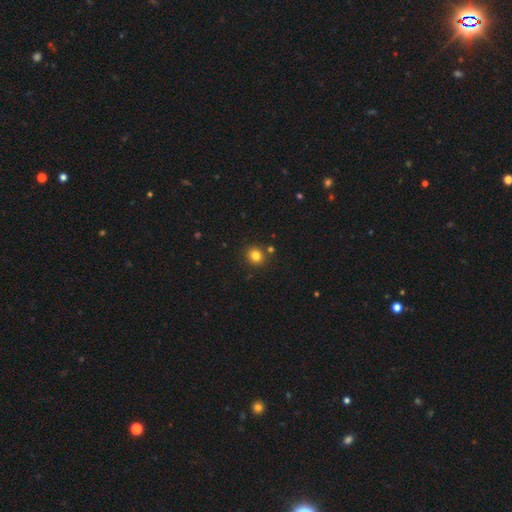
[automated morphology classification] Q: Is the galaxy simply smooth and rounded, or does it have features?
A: smooth — 81%.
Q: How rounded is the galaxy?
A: round — 88%.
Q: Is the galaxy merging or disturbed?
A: none — 85%.